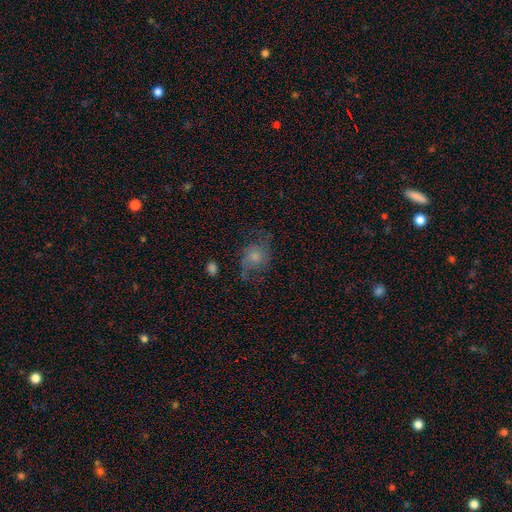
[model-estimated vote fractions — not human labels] featured or disk 51%, smooth 34%, star or artifact 15%. Down the decision tree: edge-on disk — no (96%); merging — none (59%).